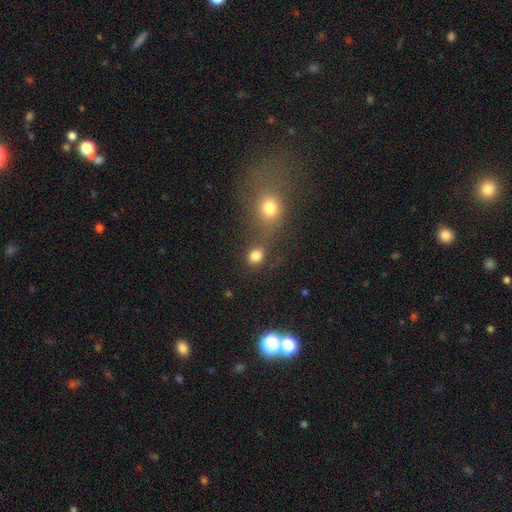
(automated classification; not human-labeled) smooth 80%, star or artifact 14%, featured or disk 6%. Down the decision tree: how rounded — round (72%); merging — none (57%).